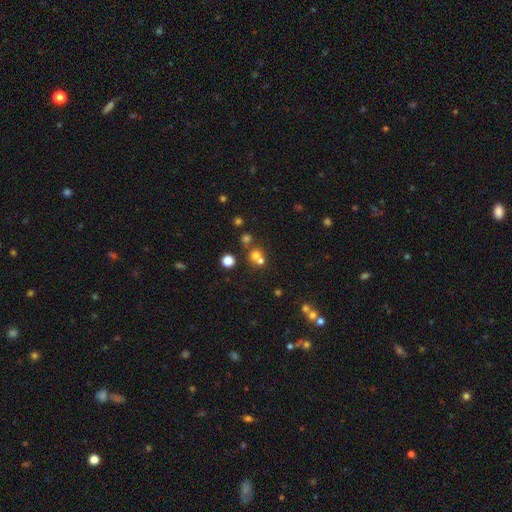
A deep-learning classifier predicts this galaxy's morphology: Q: Smooth or featured?
A: smooth (63%); runner-up: star or artifact (23%)
Q: How rounded?
A: round (86%); runner-up: in between (13%)
Q: Merging?
A: none (49%); runner-up: merger (41%)